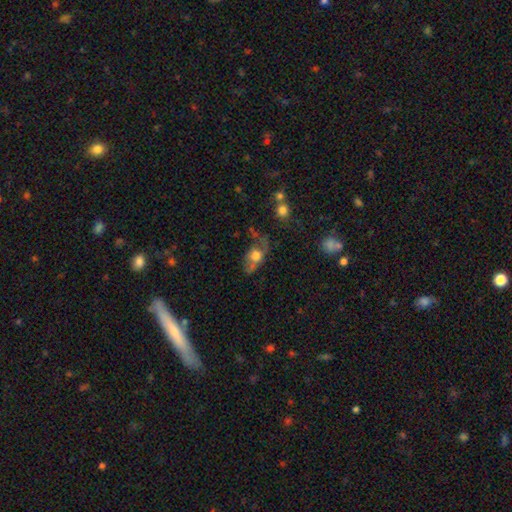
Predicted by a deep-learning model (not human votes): Overall: smooth (54%; featured or disk 36%). How rounded: in between (66%; round 29%). Merging: none (37%; major disturbance 27%).